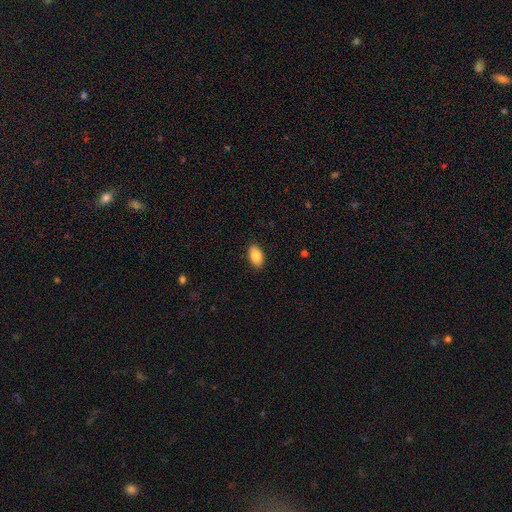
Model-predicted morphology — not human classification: Overall: smooth (86%). How rounded: in between (93%). Merging: none (89%).